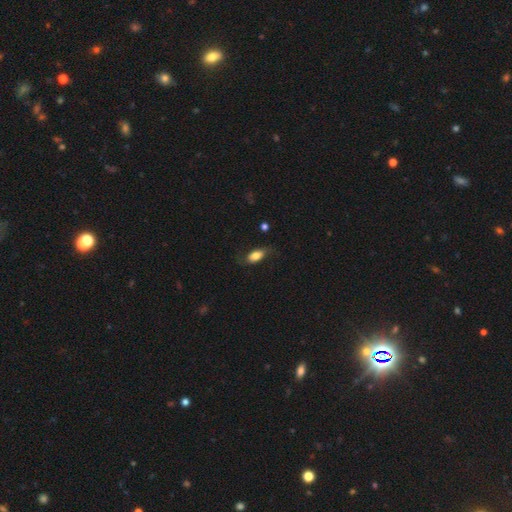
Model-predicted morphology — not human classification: Smooth or featured? smooth (76%)
How rounded? in between (87%)
Merging? none (67%)